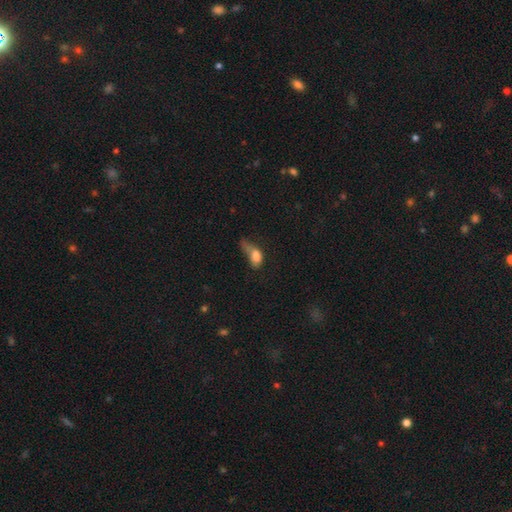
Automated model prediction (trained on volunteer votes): smooth_or_featured: smooth (p=0.74) [alt: featured or disk p=0.16]
how_rounded: in between (p=0.80) [alt: round p=0.14]
merging: major disturbance (p=0.45) [alt: minor disturbance p=0.22]